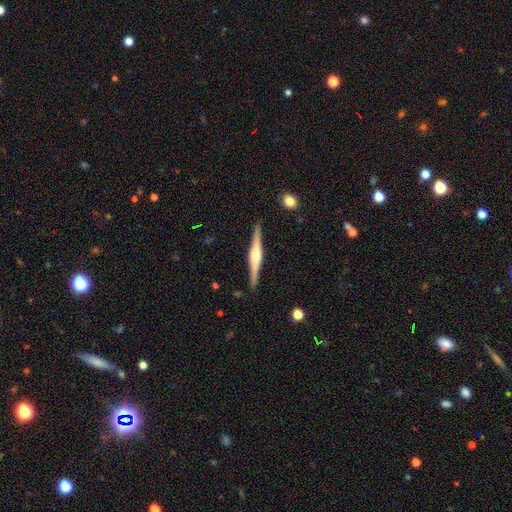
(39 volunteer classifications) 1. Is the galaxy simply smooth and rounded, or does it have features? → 92% featured or disk, 5% smooth, 3% star or artifact.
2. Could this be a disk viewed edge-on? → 100% yes, 0% no.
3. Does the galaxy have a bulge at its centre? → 89% rounded, 8% boxy, 3% none.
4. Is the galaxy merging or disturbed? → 97% none, 3% minor disturbance, 0% major disturbance, 0% merger.